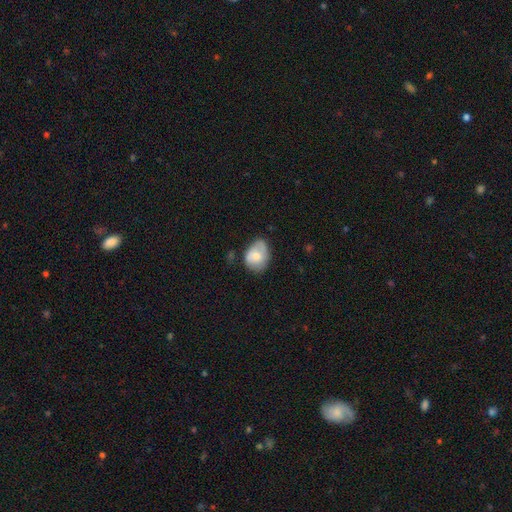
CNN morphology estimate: Smooth or featured: smooth — 63% (featured or disk — 29%)
How rounded: in between — 62% (round — 37%)
Merging: none — 52% (minor disturbance — 35%)